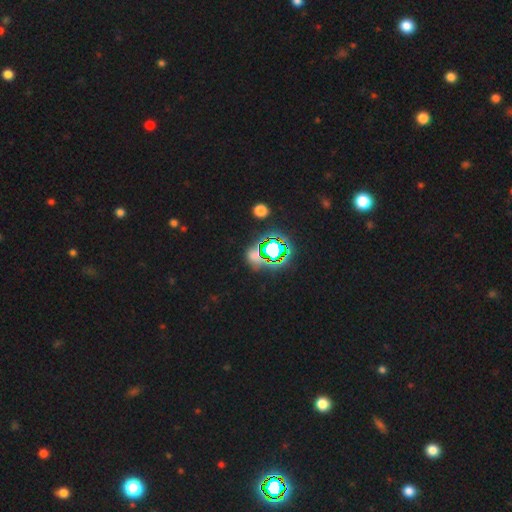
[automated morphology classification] Overall: star or artifact (66%).